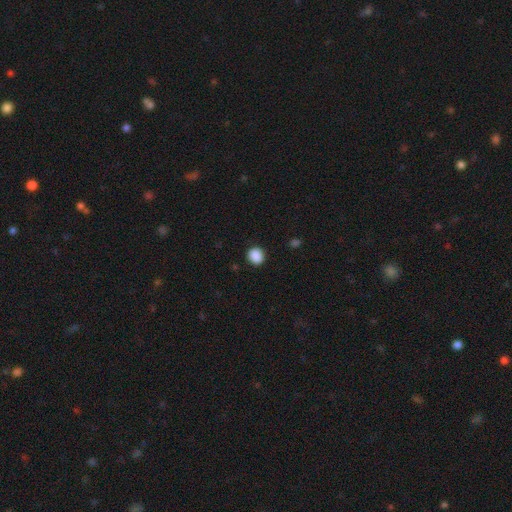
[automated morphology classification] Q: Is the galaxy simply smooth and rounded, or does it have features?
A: smooth — 89%.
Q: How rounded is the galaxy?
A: round — 81%.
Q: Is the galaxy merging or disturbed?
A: none — 89%.